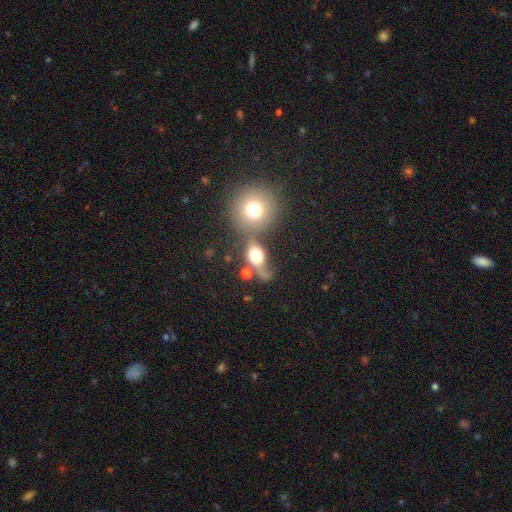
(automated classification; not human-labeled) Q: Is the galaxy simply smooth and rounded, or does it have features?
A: smooth — 55%.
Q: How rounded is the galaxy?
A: in between — 51%.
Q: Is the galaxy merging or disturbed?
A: merger — 35%.